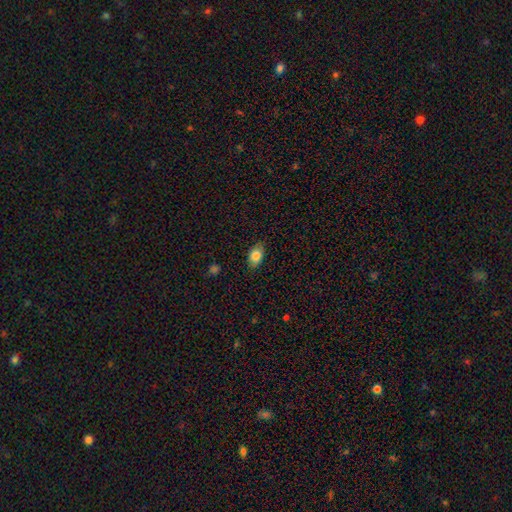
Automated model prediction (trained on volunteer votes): This appears to be a smooth galaxy with no disk features (83%) that is in between round and cigar-shaped (85%). Merging: none (82%).